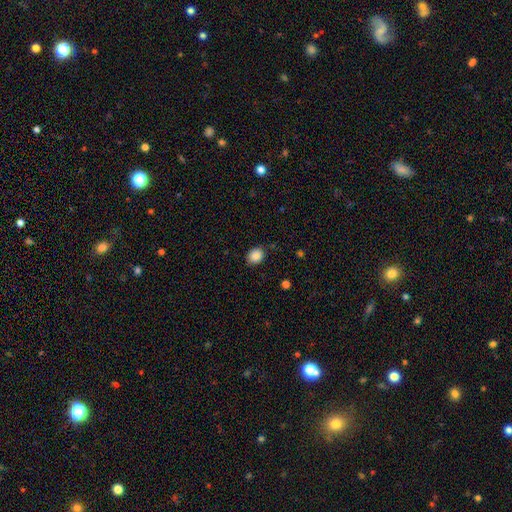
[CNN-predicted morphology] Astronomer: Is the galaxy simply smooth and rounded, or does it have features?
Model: smooth — 88%.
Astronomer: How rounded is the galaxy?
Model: round — 62% (runner-up: in between, 37%).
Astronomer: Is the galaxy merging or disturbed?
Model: none — 85%.